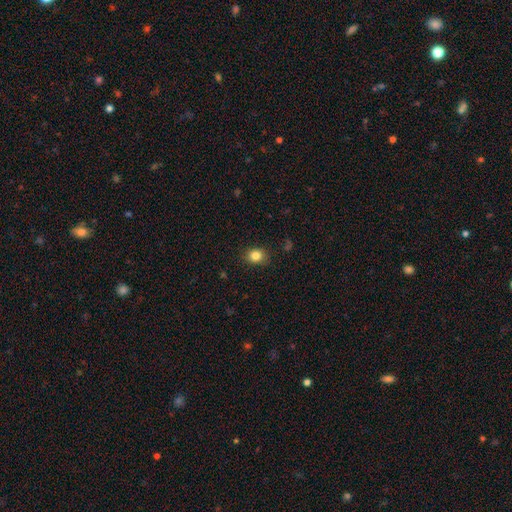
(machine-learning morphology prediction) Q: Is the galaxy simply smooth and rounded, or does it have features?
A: smooth — 84%.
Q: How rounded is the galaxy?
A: round — 60%.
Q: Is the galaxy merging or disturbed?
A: none — 86%.